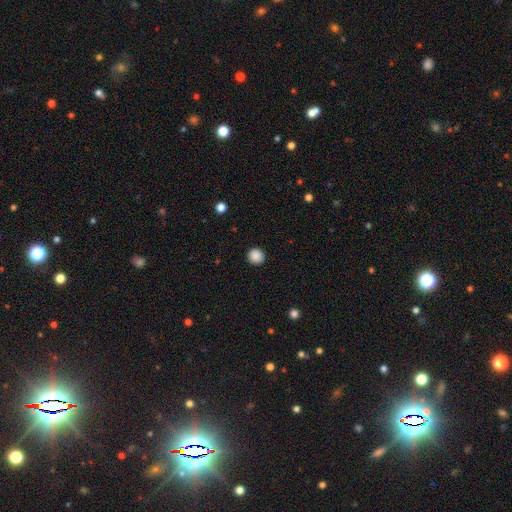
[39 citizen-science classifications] Smooth or featured?
  - smooth: 85% *
  - featured or disk: 8%
  - star or artifact: 8%
How rounded?
  - round: 82% *
  - in between: 18%
  - cigar-shaped: 0%
Merging?
  - none: 92% *
  - minor disturbance: 3%
  - major disturbance: 3%
  - merger: 3%